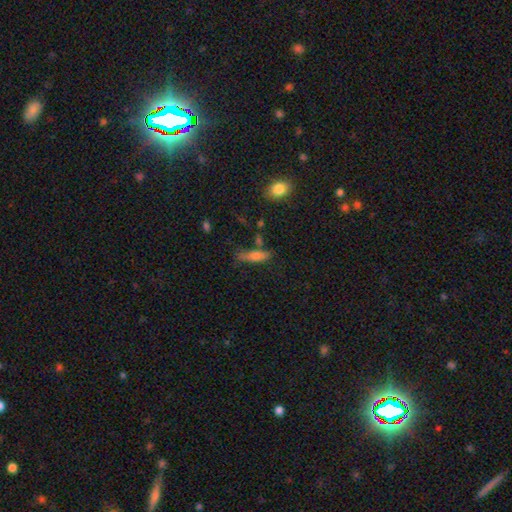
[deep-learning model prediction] Smooth or featured? Predicted: smooth (p=0.69). How rounded? Predicted: cigar-shaped (p=0.66). Merging? Predicted: none (p=0.64).